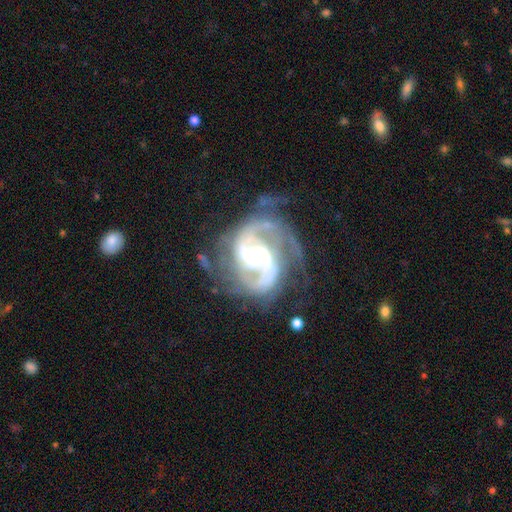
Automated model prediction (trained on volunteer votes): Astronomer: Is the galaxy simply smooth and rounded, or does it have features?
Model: featured or disk — 92%.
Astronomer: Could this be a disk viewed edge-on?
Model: no — 98%.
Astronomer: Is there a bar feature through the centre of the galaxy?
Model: no — 49% (runner-up: weak, 38%).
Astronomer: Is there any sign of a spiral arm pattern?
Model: yes — 98%.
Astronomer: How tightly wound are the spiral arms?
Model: medium — 51% (runner-up: tight, 37%).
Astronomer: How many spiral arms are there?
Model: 2 — 70%.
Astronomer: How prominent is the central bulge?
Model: moderate — 48% (runner-up: small, 46%).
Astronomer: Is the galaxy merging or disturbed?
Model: none — 59%.